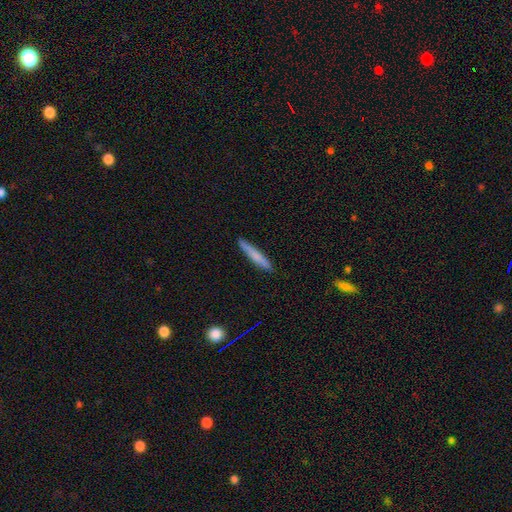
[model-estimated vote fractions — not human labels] smooth 69%, featured or disk 25%, star or artifact 6%. Down the decision tree: how rounded — cigar-shaped (95%); merging — none (89%).